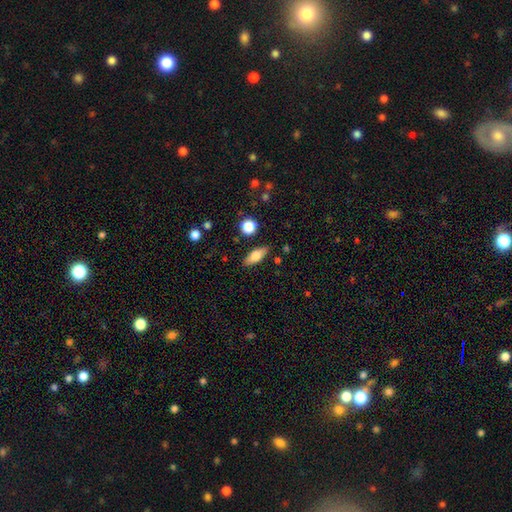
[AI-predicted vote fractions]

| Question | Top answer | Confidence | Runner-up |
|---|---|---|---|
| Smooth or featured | smooth | 65% | featured or disk (27%) |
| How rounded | in between | 71% | cigar-shaped (24%) |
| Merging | none | 85% | minor disturbance (10%) |